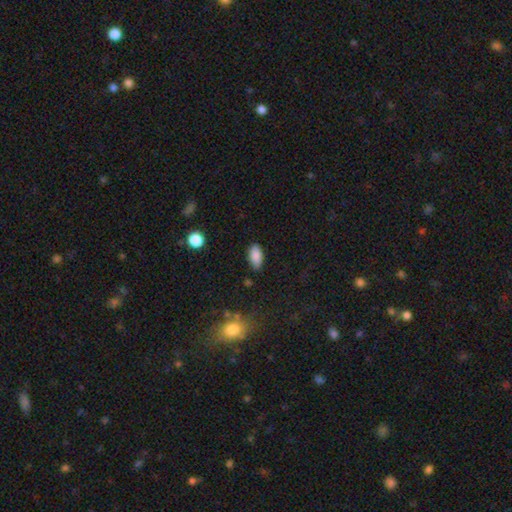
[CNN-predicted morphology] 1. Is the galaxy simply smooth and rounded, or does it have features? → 87% smooth, 8% star or artifact, 5% featured or disk.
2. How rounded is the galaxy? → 93% in between, 4% cigar-shaped, 3% round.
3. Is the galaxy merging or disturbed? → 81% none, 15% minor disturbance, 3% major disturbance, 2% merger.